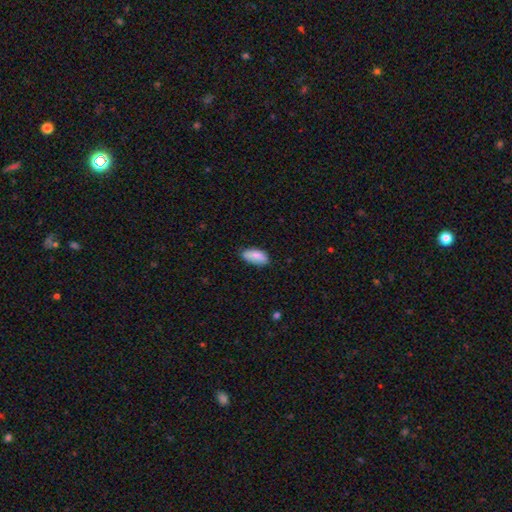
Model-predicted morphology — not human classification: A smooth galaxy with no disk features (80%) that is in between round and cigar-shaped (92%).

Vote fractions:
- Smooth or featured? smooth: 80% / featured or disk: 13% / star or artifact: 6%
- How rounded? in between: 92% / cigar-shaped: 5% / round: 3%
- Merging? none: 77% / minor disturbance: 19% / major disturbance: 3% / merger: 1%